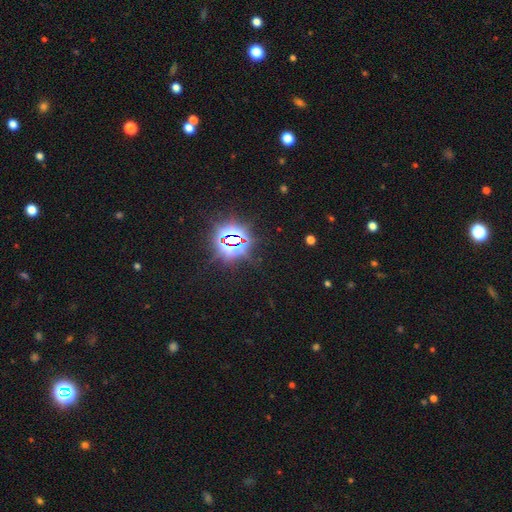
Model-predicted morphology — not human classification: Smooth or featured: star or artifact — 83% (smooth — 11%)